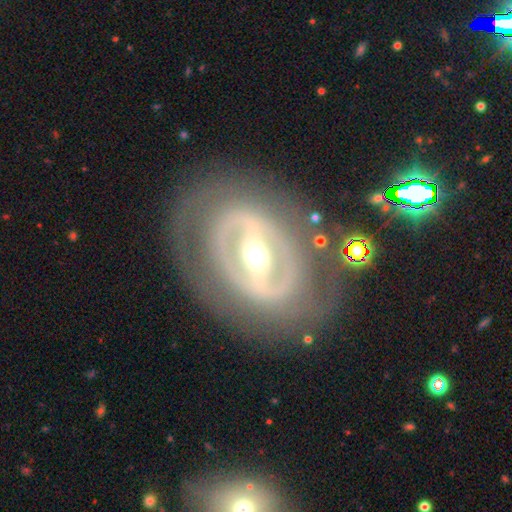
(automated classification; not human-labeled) Q: Smooth or featured?
A: featured or disk (83%); runner-up: smooth (11%)
Q: Edge-on disk?
A: no (93%); runner-up: yes (7%)
Q: Bar?
A: strong (65%); runner-up: weak (22%)
Q: Spiral arms?
A: no (54%); runner-up: yes (46%)
Q: Bulge size?
A: moderate (58%); runner-up: small (35%)
Q: Merging?
A: none (78%); runner-up: minor disturbance (12%)